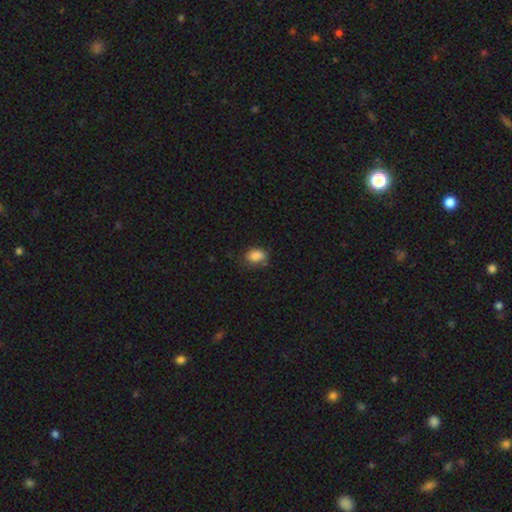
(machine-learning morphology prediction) This appears to be a smooth galaxy with no disk features (86%) that is in between round and cigar-shaped (81%). Merging: none (69%).